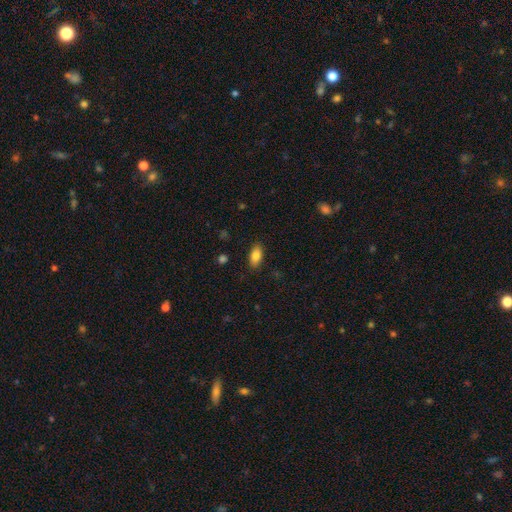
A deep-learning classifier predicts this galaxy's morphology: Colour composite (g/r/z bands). It shows a smooth galaxy with no disk features (84%) that is in between round and cigar-shaped (89%). Merging: none (87%).